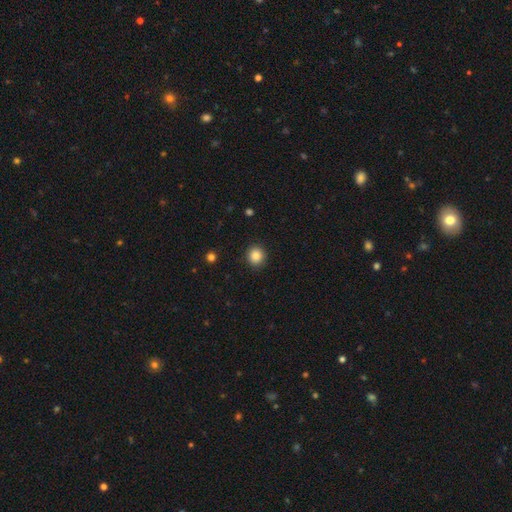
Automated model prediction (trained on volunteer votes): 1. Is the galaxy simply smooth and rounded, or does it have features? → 86% smooth, 10% star or artifact, 4% featured or disk.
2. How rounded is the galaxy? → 88% round, 11% in between, 1% cigar-shaped.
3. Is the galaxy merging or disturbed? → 91% none, 6% minor disturbance, 2% major disturbance, 1% merger.